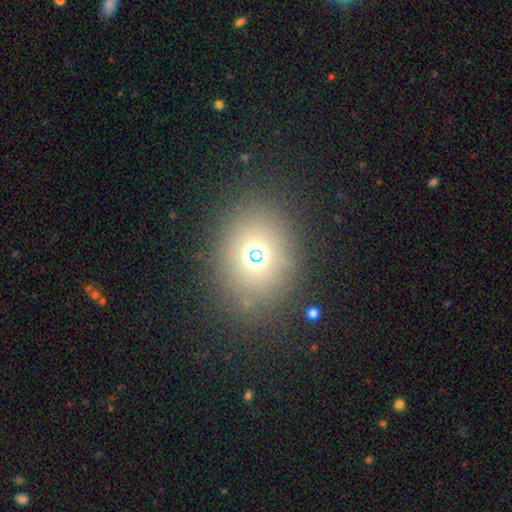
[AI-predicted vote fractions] Smooth or featured? Predicted: smooth (p=0.60). How rounded? Predicted: round (p=0.57). Merging? Predicted: none (p=0.84).